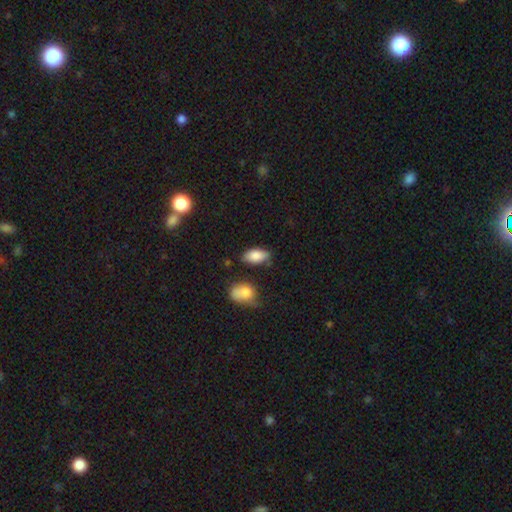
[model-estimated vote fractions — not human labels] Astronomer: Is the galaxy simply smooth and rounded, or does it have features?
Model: smooth — 84%.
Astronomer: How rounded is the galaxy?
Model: in between — 91%.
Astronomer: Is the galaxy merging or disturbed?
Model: none — 74%.